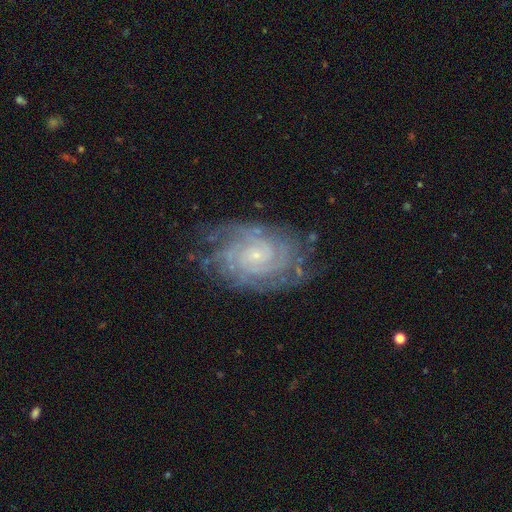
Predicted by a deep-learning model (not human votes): Smooth or featured: featured or disk — 88% (star or artifact — 6%)
Edge-on disk: no — 97% (yes — 3%)
Bar: no — 71% (weak — 23%)
Spiral arms: yes — 98% (no — 2%)
Spiral winding: tight — 78% (medium — 19%)
Spiral arm count: can't tell — 27% (2 — 21%)
Bulge size: small — 83% (moderate — 12%)
Merging: none — 75% (minor disturbance — 18%)